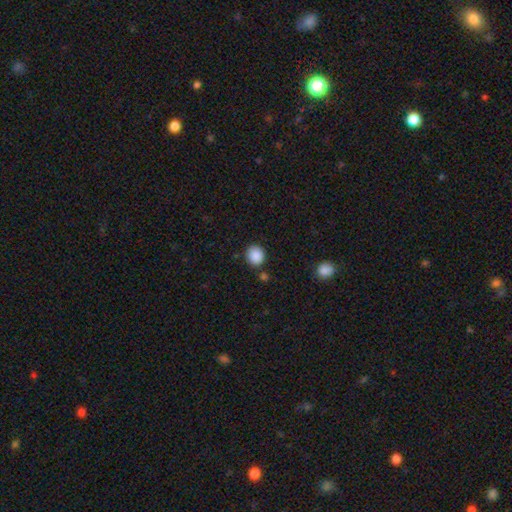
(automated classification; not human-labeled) A smooth galaxy with no disk features (88%) that is round (81%).

Vote fractions:
- Smooth or featured? smooth: 88% / star or artifact: 9% / featured or disk: 3%
- How rounded? round: 81% / in between: 18% / cigar-shaped: 1%
- Merging? none: 82% / minor disturbance: 10% / merger: 4% / major disturbance: 3%